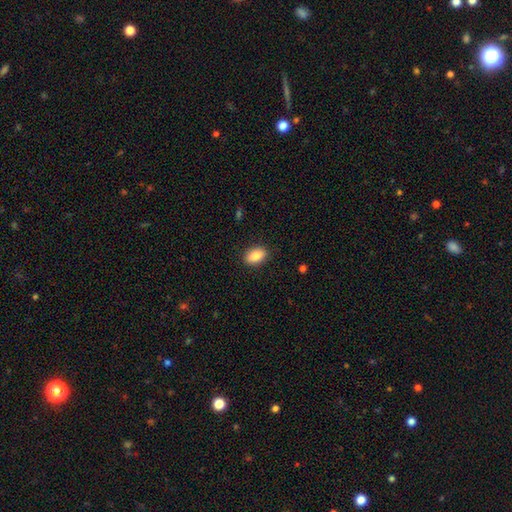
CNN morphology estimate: Smooth or featured?
  - smooth: 85% *
  - star or artifact: 7%
  - featured or disk: 7%
How rounded?
  - in between: 88% *
  - round: 9%
  - cigar-shaped: 3%
Merging?
  - none: 88% *
  - minor disturbance: 9%
  - major disturbance: 2%
  - merger: 1%